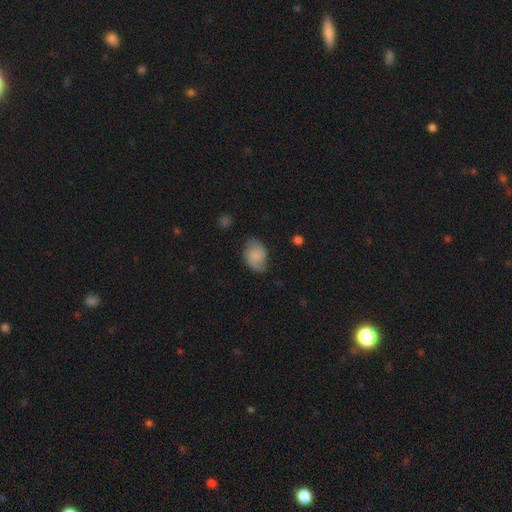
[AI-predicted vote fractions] This is possibly a smooth galaxy (56%). How rounded: likely in between (76%). Merging: likely none (63%).